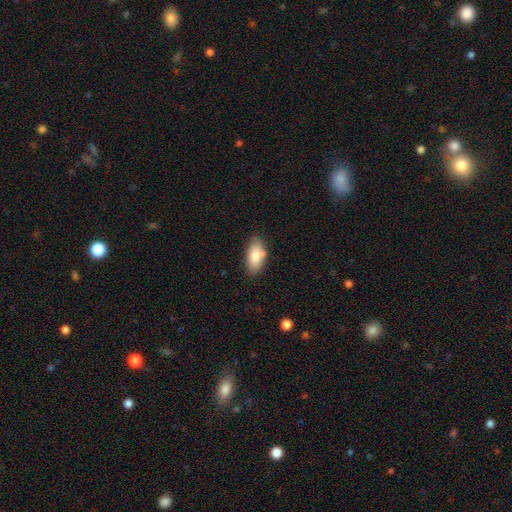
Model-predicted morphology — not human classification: smooth 81%, featured or disk 12%, star or artifact 7%. Down the decision tree: how rounded — in between (91%); merging — none (74%).